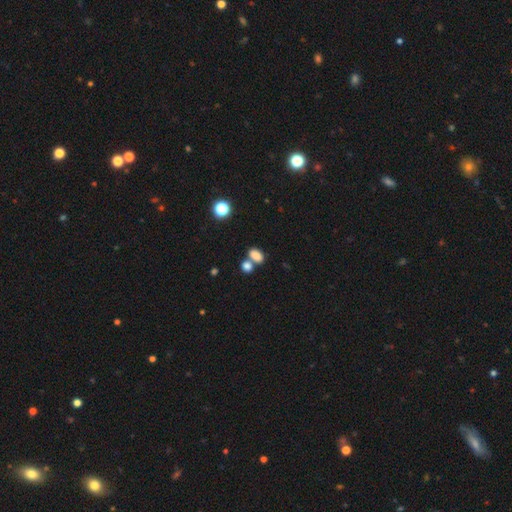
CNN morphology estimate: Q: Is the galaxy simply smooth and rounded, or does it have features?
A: smooth — 82%.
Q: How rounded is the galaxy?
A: in between — 84%.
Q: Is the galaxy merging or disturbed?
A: merger — 47%.